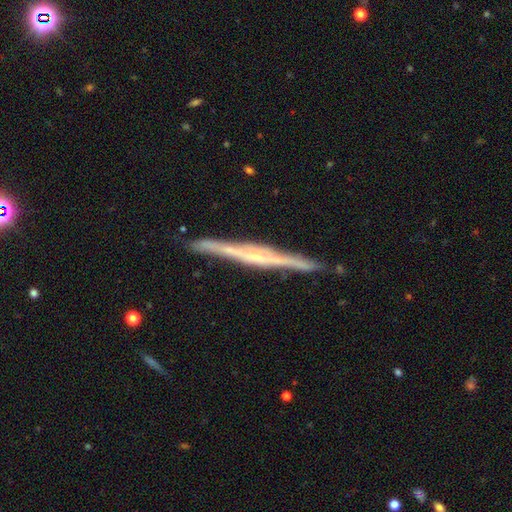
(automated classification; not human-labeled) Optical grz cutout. It shows a featured or disk galaxy (82%) viewed edge-on (98%) with a rounded central bulge (43%). Merging: none (89%).